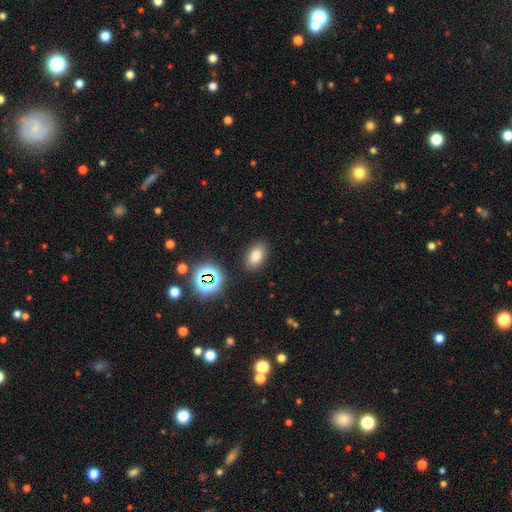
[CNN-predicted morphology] Smooth or featured? smooth (78%)
How rounded? in between (85%)
Merging? none (86%)